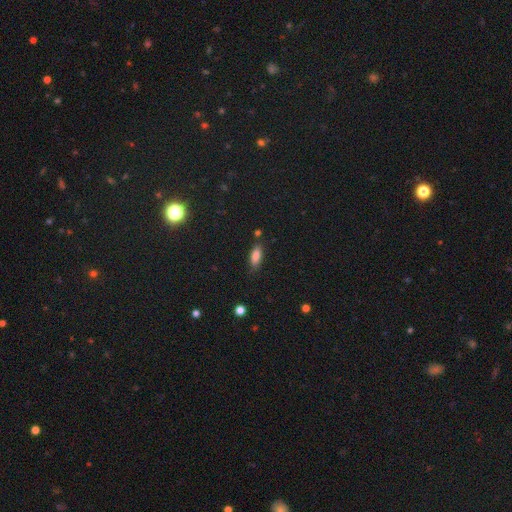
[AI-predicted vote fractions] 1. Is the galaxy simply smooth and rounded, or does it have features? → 82% smooth, 10% star or artifact, 8% featured or disk.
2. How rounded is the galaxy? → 75% in between, 22% cigar-shaped, 3% round.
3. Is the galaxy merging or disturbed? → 76% none, 17% minor disturbance, 4% major disturbance, 3% merger.